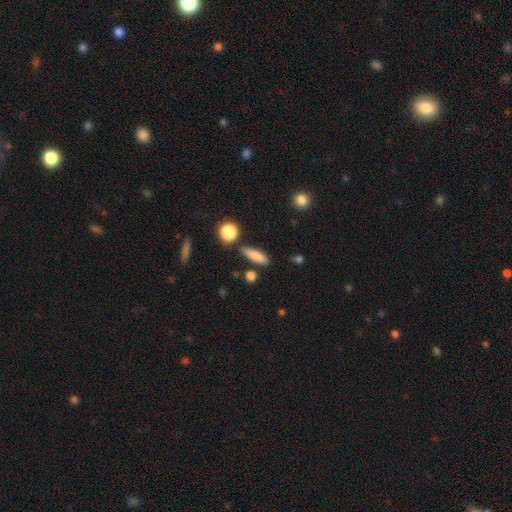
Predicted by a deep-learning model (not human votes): Morphology: type=smooth (82%); roundness=cigar-shaped (57%); merging=none (82%).